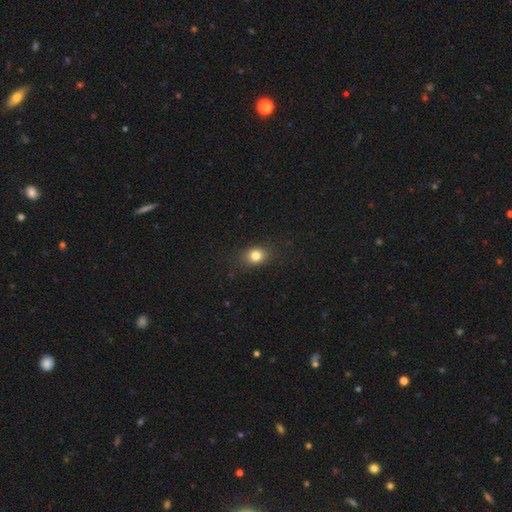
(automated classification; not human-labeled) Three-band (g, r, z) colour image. It shows a smooth galaxy with no disk features (81%) that is round (50%). Merging: none (85%).